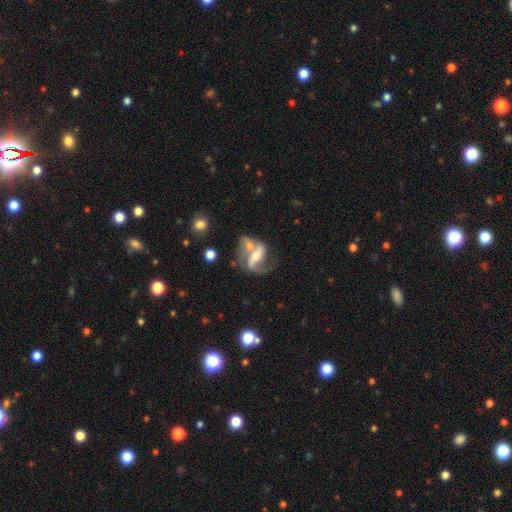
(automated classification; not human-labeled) Smooth or featured: featured or disk — 83% (smooth — 10%)
Edge-on disk: no — 95% (yes — 5%)
Bar: strong — 50% (weak — 30%)
Spiral arms: yes — 92% (no — 8%)
Spiral winding: loose — 50% (medium — 39%)
Spiral arm count: 2 — 79% (1 — 13%)
Bulge size: moderate — 52% (small — 38%)
Merging: none — 36% (merger — 35%)